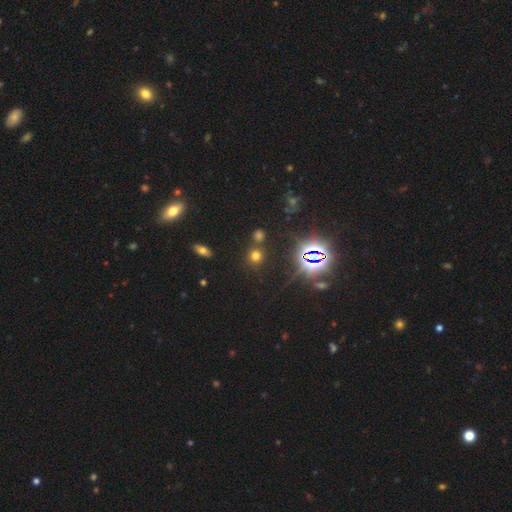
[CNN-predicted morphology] type=smooth (58%); roundness=round (85%); merging=none (78%).